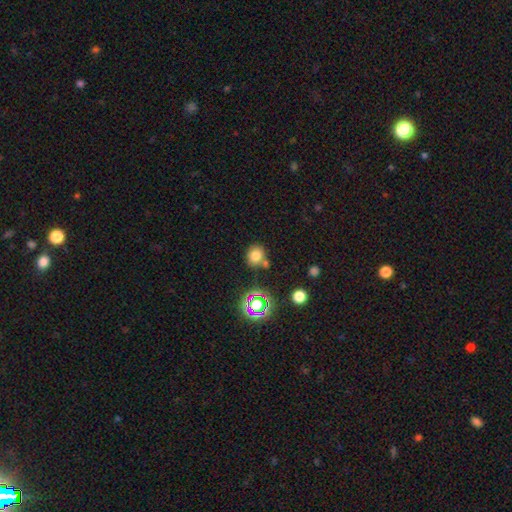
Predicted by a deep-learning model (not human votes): Q: Smooth or featured?
A: smooth (75%); runner-up: star or artifact (17%)
Q: How rounded?
A: round (69%); runner-up: in between (30%)
Q: Merging?
A: none (67%); runner-up: merger (16%)